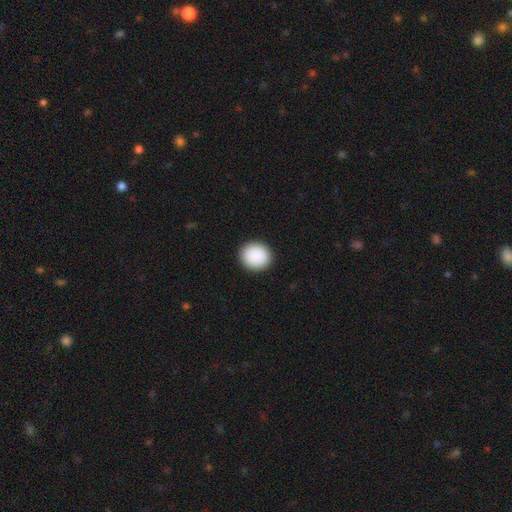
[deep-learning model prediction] A smooth galaxy with no disk features (90%) that is round (81%).

Vote fractions:
- Smooth or featured? smooth: 90% / star or artifact: 7% / featured or disk: 3%
- How rounded? round: 81% / in between: 18% / cigar-shaped: 1%
- Merging? none: 91% / minor disturbance: 6% / major disturbance: 2% / merger: 1%